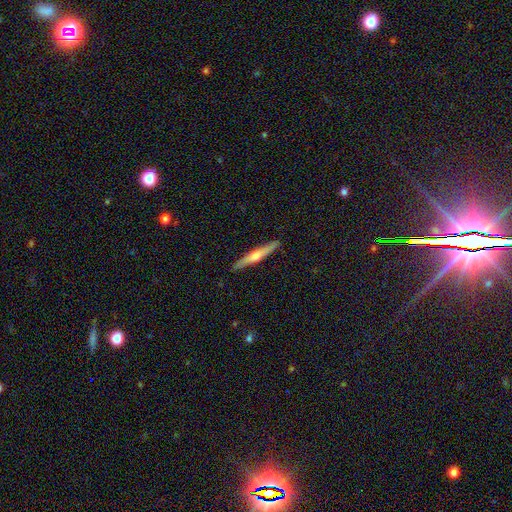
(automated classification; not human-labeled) A featured or disk galaxy (59%) viewed edge-on (97%) with a rounded central bulge (79%).

Vote fractions:
- Smooth or featured? featured or disk: 59% / smooth: 35% / star or artifact: 6%
- Edge-on disk? yes: 97% / no: 3%
- Edge-on bulge? rounded: 79% / none: 15% / boxy: 6%
- Merging? none: 91% / minor disturbance: 7% / major disturbance: 1% / merger: 1%